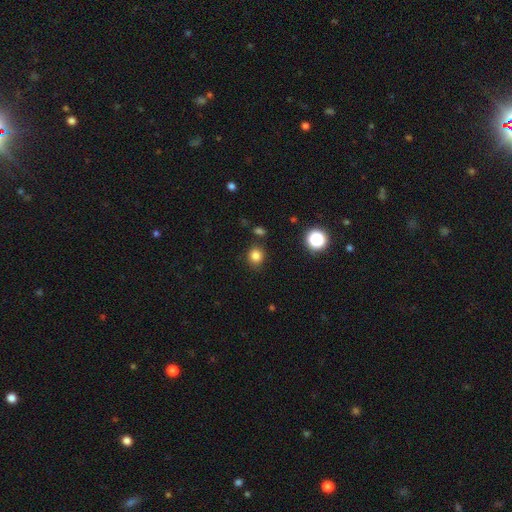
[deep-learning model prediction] Q: Smooth or featured?
A: smooth (82%); runner-up: star or artifact (13%)
Q: How rounded?
A: round (75%); runner-up: in between (24%)
Q: Merging?
A: none (84%); runner-up: minor disturbance (10%)